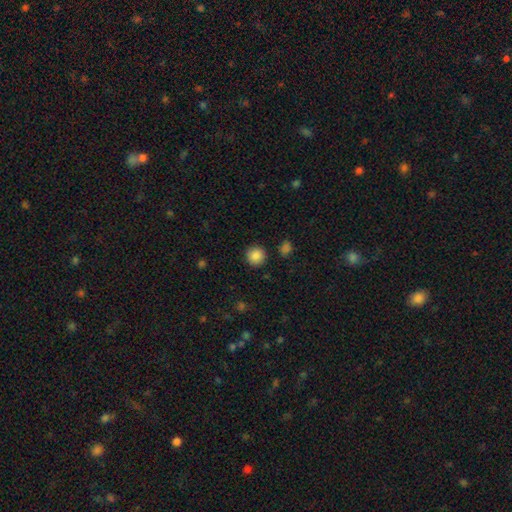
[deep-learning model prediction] Smooth or featured? Predicted: smooth (p=0.88). How rounded? Predicted: round (p=0.93). Merging? Predicted: none (p=0.90).